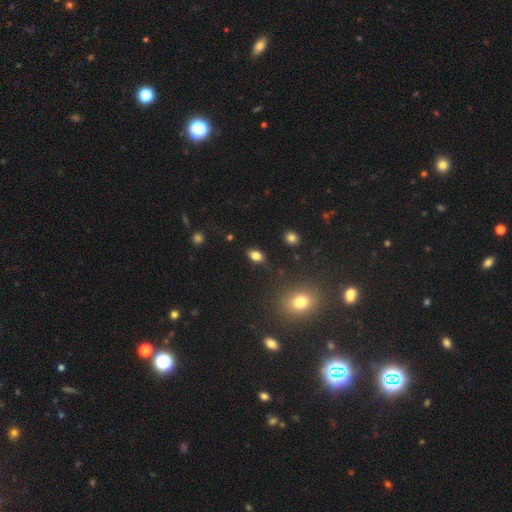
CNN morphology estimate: smooth_or_featured: smooth (p=0.81) [alt: star or artifact p=0.11]
how_rounded: in between (p=0.84) [alt: round p=0.13]
merging: none (p=0.82) [alt: minor disturbance p=0.12]